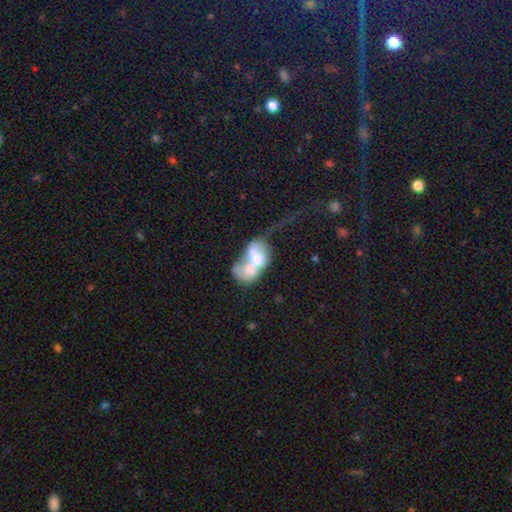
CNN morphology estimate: Smooth or featured: smooth — 50% (featured or disk — 42%)
Merging: merger — 79% (major disturbance — 11%)